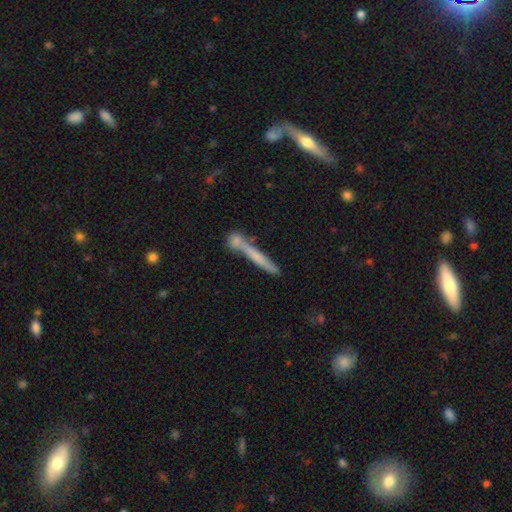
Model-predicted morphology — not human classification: smooth-or-featured: smooth: 53% | featured or disk: 39% | star or artifact: 8%
  how-rounded: cigar-shaped: 95% | in between: 3% | round: 2%
  merging: none: 65% | merger: 19% | minor disturbance: 12% | major disturbance: 4%